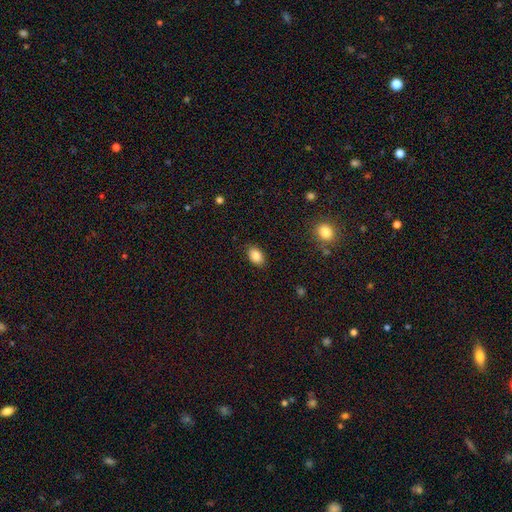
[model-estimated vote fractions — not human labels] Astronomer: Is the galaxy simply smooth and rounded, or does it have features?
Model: smooth — 86%.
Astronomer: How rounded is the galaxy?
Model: in between — 86%.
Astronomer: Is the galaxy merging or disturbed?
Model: none — 87%.